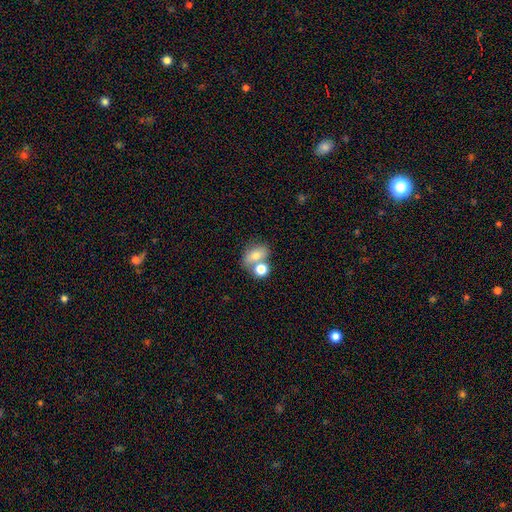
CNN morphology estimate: The model was most divided on "merging": merger: 43%, none: 42%, minor disturbance: 10%, major disturbance: 5%. More confident: smooth or featured — smooth (71%); how rounded — in between (65%).